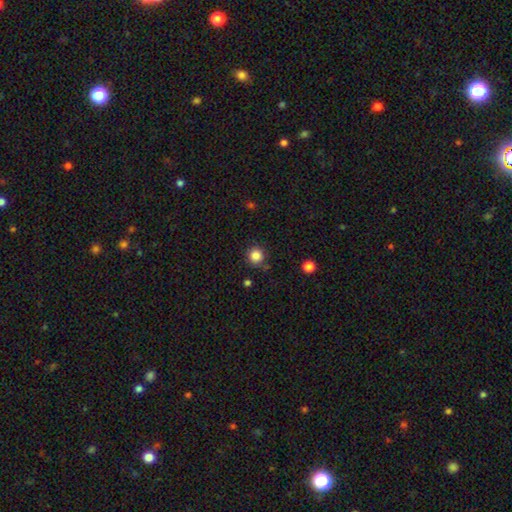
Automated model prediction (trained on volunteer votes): Smooth or featured? smooth (85%)
How rounded? round (94%)
Merging? none (83%)